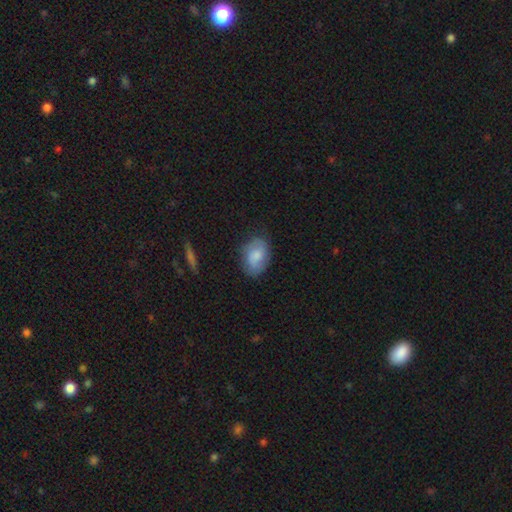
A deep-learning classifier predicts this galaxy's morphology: A smooth galaxy with no disk features (61%) that is in between round and cigar-shaped (83%). Merging: none (72%).